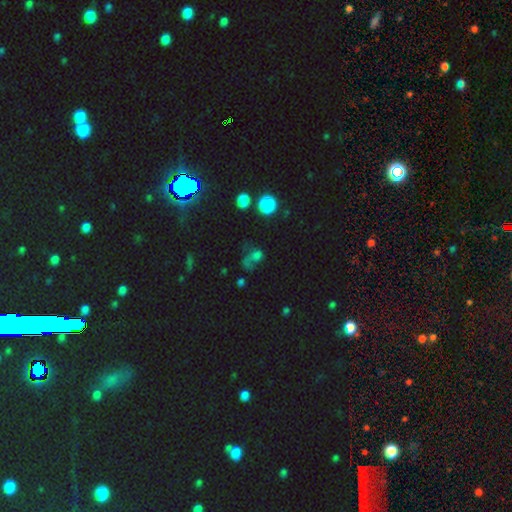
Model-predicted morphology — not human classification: This appears to be a smooth galaxy with no disk features (51%) that is round (54%). Merging: major disturbance (41%).